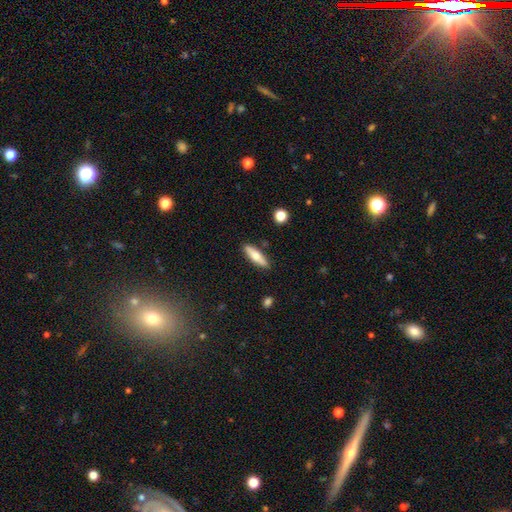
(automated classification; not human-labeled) Morphology: type=smooth (63%); roundness=cigar-shaped (66%); merging=none (87%).